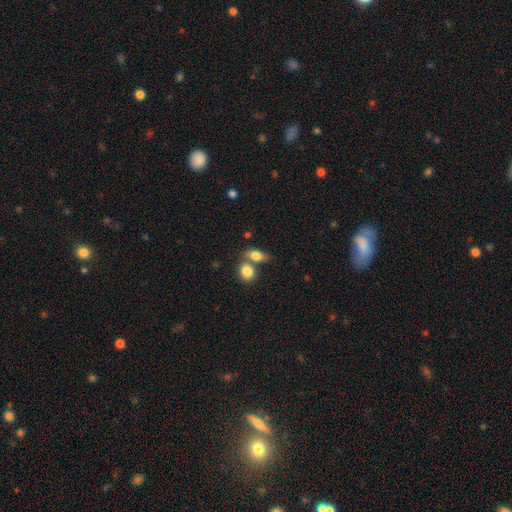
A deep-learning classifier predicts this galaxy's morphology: Smooth or featured? smooth (77%)
How rounded? in between (72%)
Merging? none (47%)